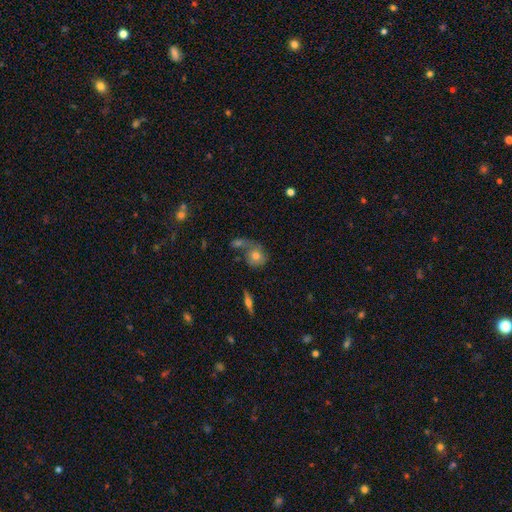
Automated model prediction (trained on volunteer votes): smooth-or-featured: smooth: 66% | featured or disk: 24% | star or artifact: 10%
  how-rounded: round: 70% | in between: 27% | cigar-shaped: 2%
  merging: none: 37% (tied) | merger: 37% (tied) | minor disturbance: 14% | major disturbance: 11%